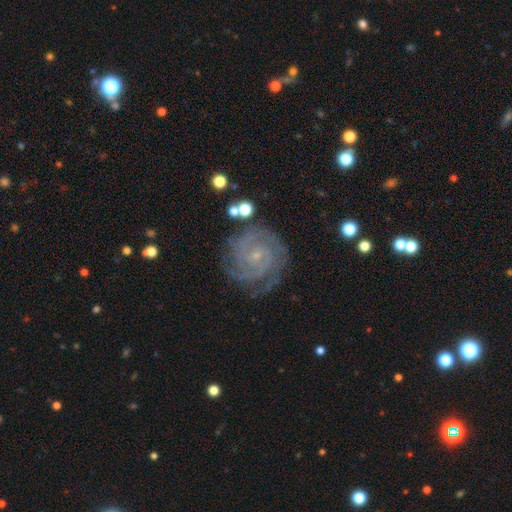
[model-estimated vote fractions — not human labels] featured or disk 88%, star or artifact 6%, smooth 5%. Down the decision tree: edge-on disk — no (98%); bar — no (68%); spiral arms — yes (98%); spiral arm count — 2 (32%); spiral winding — tight (80%); bulge size — small (82%); merging — none (78%).